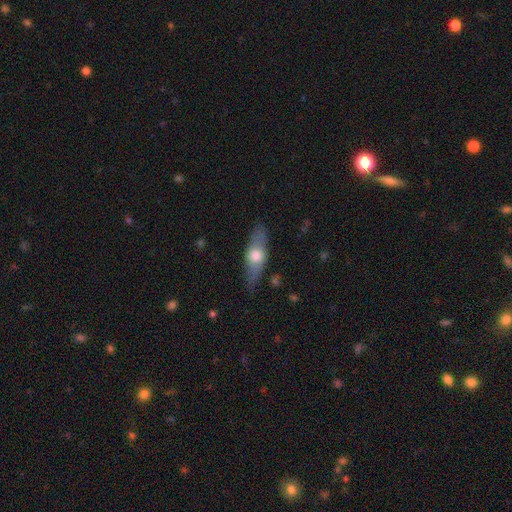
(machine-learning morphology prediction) type=smooth (52%); roundness=in between (56%); merging=none (79%).